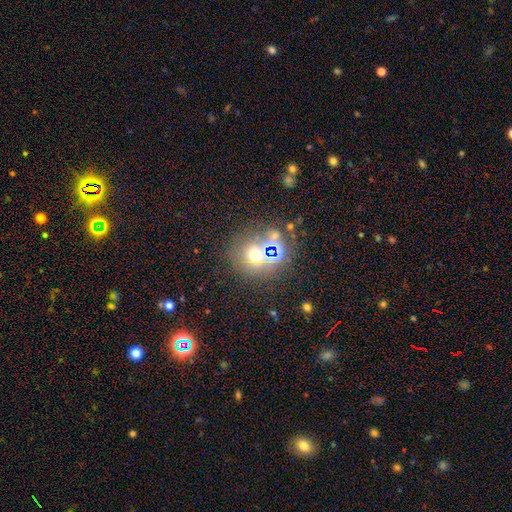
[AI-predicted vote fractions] This is possibly a smooth galaxy (46%). Merging: likely none (67%).